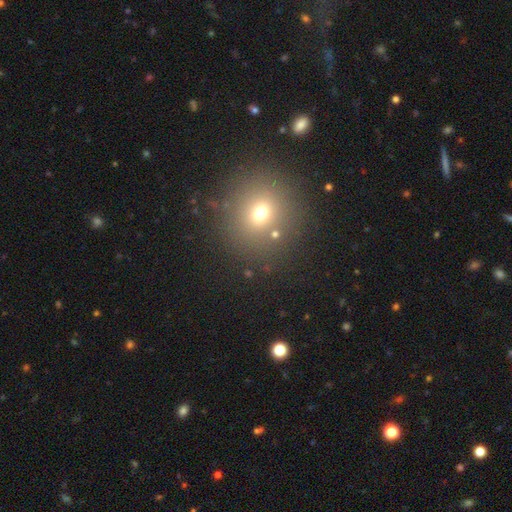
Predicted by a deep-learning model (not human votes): smooth 58%, star or artifact 32%, featured or disk 10%. Down the decision tree: how rounded — round (91%); merging — none (86%).